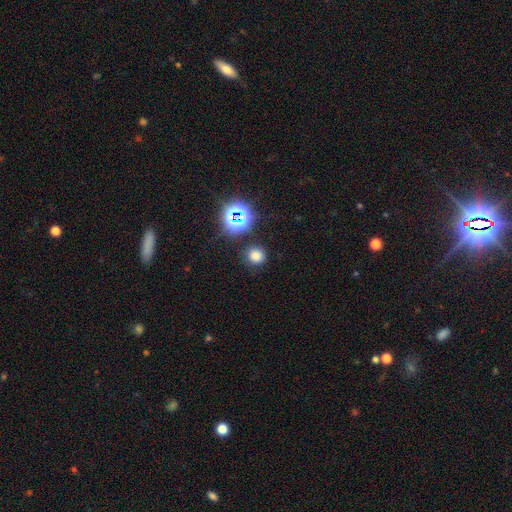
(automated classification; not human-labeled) This appears to be a smooth galaxy with no disk features (73%) that is round (88%). Merging: none (86%).